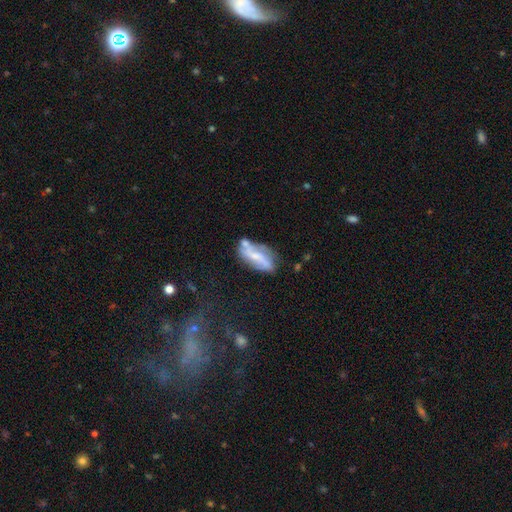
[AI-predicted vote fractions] Overall: featured or disk (61%; smooth 31%). Edge-on disk: no (88%). Bar: no (41%; weak 36%). Spiral arms: yes (72%). Bulge size: small (52%; moderate 28%). Merging: none (52%; minor disturbance 24%).